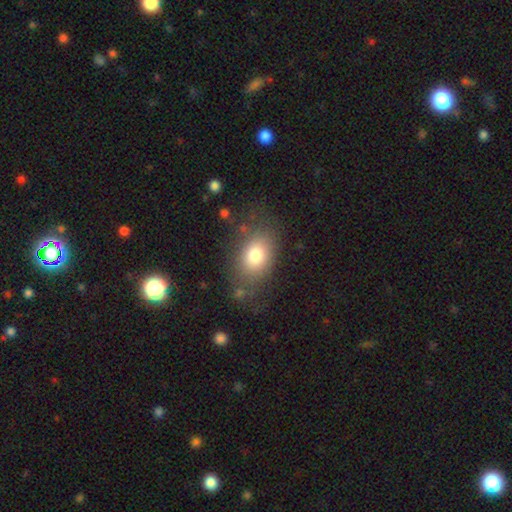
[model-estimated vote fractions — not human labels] Smooth or featured? Predicted: smooth (p=0.78). How rounded? Predicted: in between (p=0.77). Merging? Predicted: none (p=0.71).